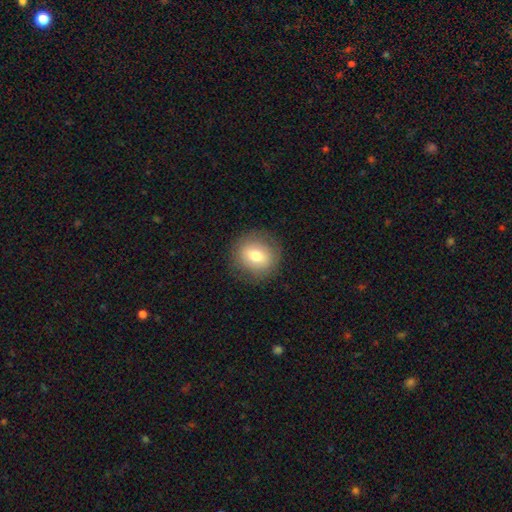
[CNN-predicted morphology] Smooth or featured: smooth — 73% (featured or disk — 18%)
How rounded: round — 83% (in between — 16%)
Merging: none — 87% (minor disturbance — 9%)